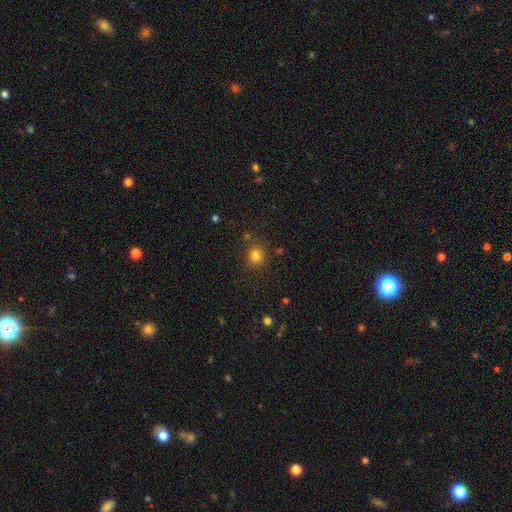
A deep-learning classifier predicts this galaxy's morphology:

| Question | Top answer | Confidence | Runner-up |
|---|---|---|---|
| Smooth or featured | smooth | 79% | star or artifact (15%) |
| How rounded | round | 86% | in between (13%) |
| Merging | none | 84% | minor disturbance (9%) |